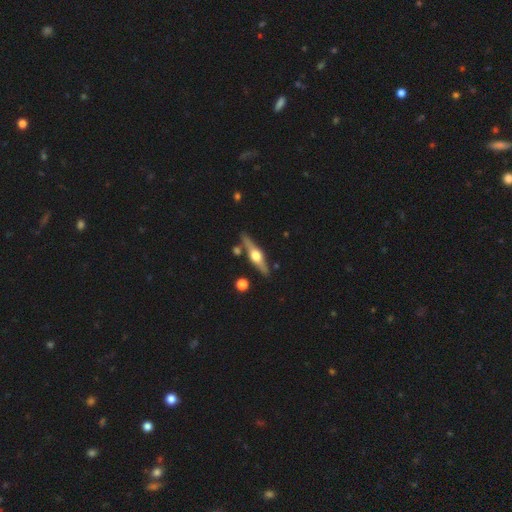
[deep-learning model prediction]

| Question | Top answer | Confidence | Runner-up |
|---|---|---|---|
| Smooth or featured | featured or disk | 77% | smooth (18%) |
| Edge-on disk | yes | 97% | no (3%) |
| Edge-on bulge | rounded | 95% | boxy (4%) |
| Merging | none | 84% | minor disturbance (9%) |